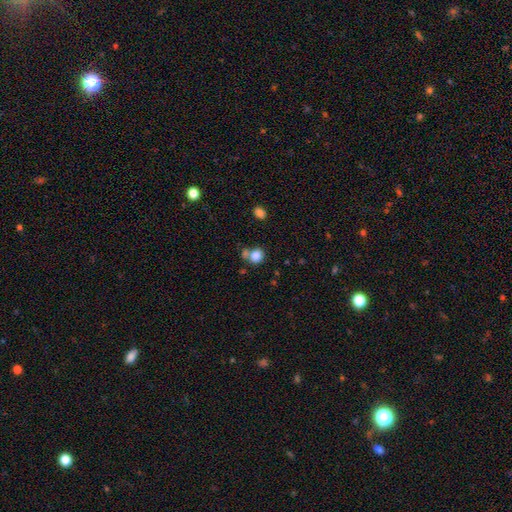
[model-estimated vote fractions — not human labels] The model was most divided on "merging": none: 55%, merger: 27%, minor disturbance: 13%, major disturbance: 6%. More confident: smooth or featured — smooth (84%); how rounded — round (79%).